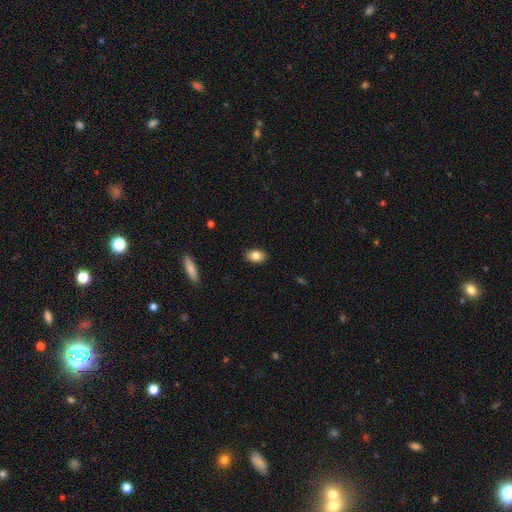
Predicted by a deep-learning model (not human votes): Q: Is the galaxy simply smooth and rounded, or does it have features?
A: smooth — 82%.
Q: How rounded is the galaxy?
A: in between — 88%.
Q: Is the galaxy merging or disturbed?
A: none — 89%.